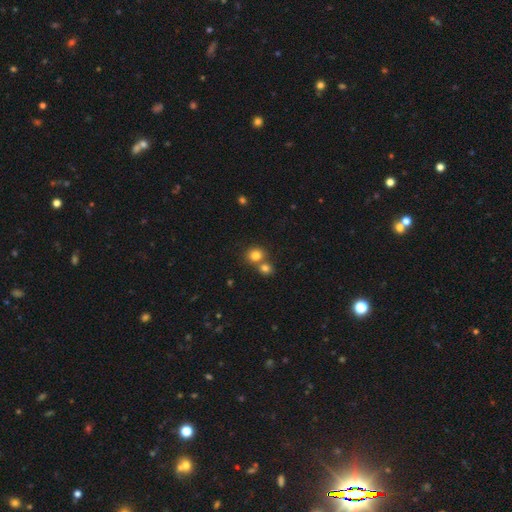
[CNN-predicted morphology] Smooth or featured?
  - smooth: 82% *
  - star or artifact: 12%
  - featured or disk: 7%
How rounded?
  - round: 80% *
  - in between: 19%
  - cigar-shaped: 1%
Merging?
  - none: 51% *
  - merger: 39%
  - minor disturbance: 7%
  - major disturbance: 2%